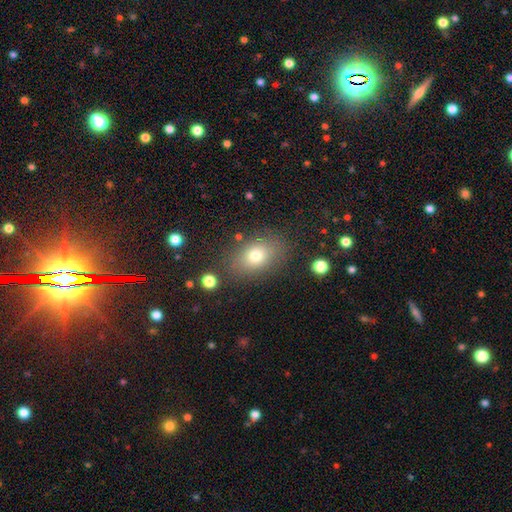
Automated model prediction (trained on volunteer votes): smooth 75%, featured or disk 13%, star or artifact 12%. Down the decision tree: how rounded — in between (77%); merging — none (81%).